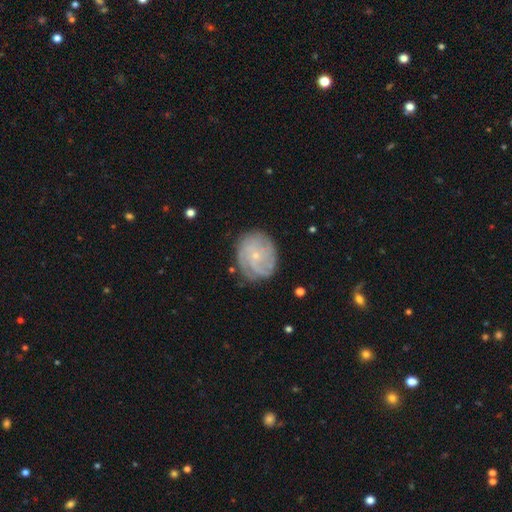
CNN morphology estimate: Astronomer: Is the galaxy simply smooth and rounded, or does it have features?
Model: featured or disk — 72%.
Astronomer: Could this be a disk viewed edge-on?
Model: no — 98%.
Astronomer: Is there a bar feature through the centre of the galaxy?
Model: no — 79%.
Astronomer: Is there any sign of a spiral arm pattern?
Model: yes — 90%.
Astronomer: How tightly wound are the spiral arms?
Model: tight — 60%.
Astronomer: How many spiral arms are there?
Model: can't tell — 40% (runner-up: 3, 18%).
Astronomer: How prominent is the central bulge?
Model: small — 85%.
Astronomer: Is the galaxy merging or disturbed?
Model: none — 74%.